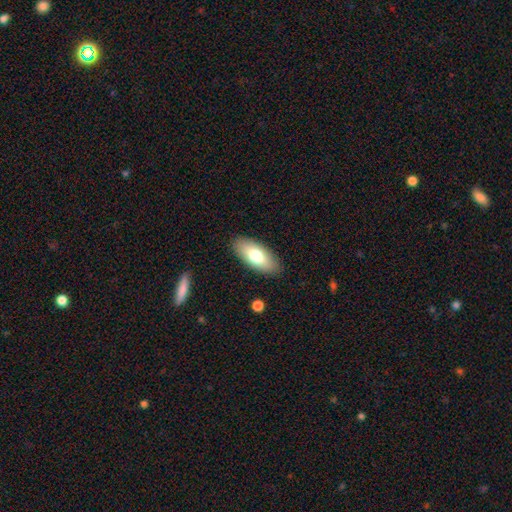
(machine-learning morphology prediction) Overall: smooth (74%). How rounded: in between (87%). Merging: none (88%).